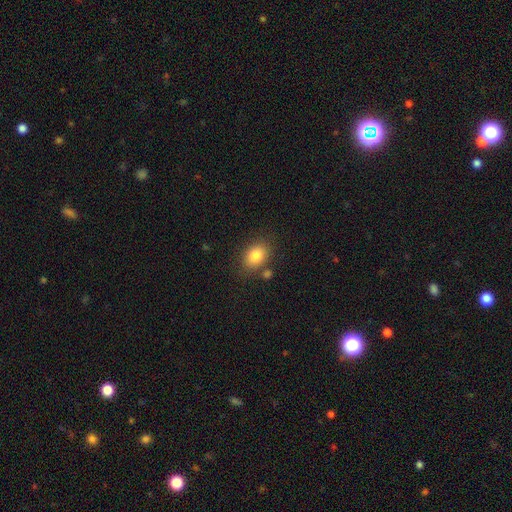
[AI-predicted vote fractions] Q: Smooth or featured?
A: smooth (83%); runner-up: star or artifact (9%)
Q: How rounded?
A: in between (73%); runner-up: round (25%)
Q: Merging?
A: none (76%); runner-up: minor disturbance (12%)